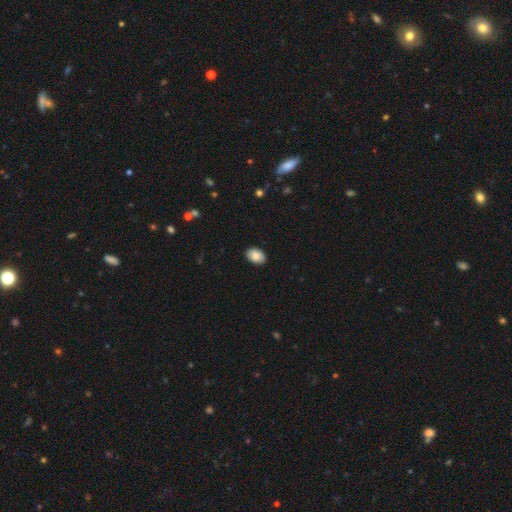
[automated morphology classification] smooth 88%, star or artifact 7%, featured or disk 6%. Down the decision tree: how rounded — in between (87%); merging — none (89%).